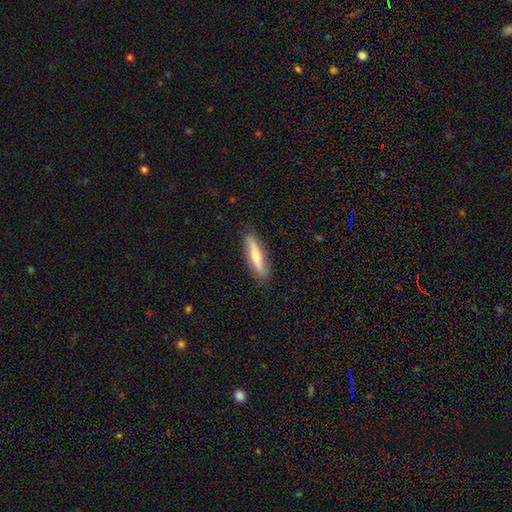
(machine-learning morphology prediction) smooth 52%, featured or disk 42%, star or artifact 6%. Down the decision tree: how rounded — cigar-shaped (82%); merging — none (87%).